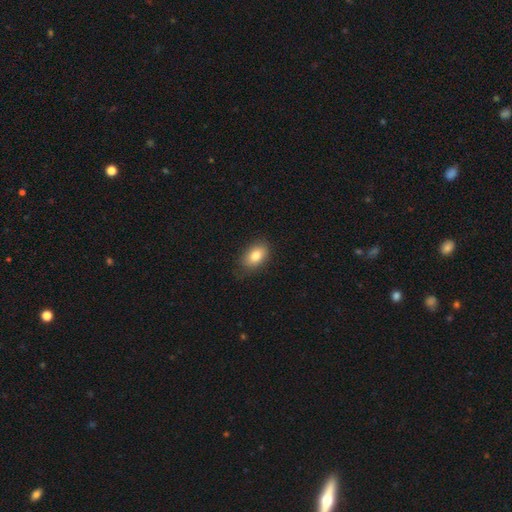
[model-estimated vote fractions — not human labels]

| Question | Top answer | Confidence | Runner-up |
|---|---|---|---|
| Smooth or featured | smooth | 82% | featured or disk (9%) |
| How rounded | in between | 88% | round (11%) |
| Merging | none | 79% | minor disturbance (17%) |